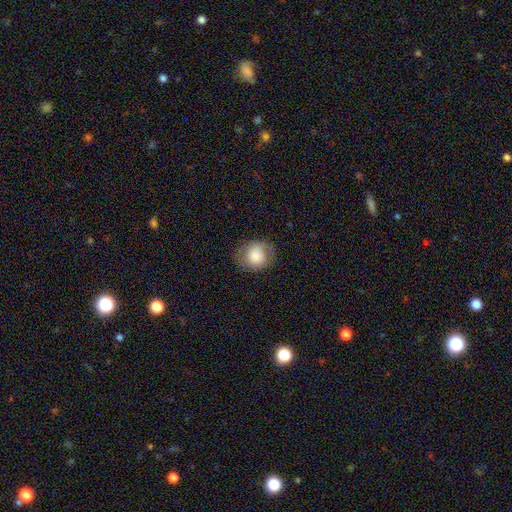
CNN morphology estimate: smooth-or-featured: smooth: 78% | featured or disk: 14% | star or artifact: 8%
  how-rounded: round: 74% | in between: 25% | cigar-shaped: 1%
  merging: none: 75% | minor disturbance: 17% | major disturbance: 7% | merger: 1%